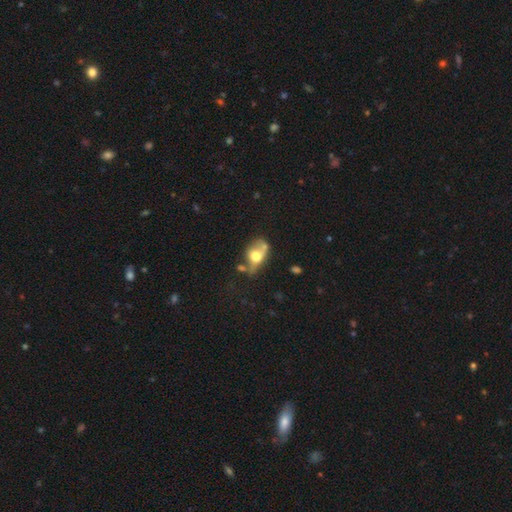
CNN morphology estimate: Smooth or featured?
  - smooth: 54% *
  - featured or disk: 36%
  - star or artifact: 10%
How rounded?
  - in between: 69% *
  - round: 26%
  - cigar-shaped: 4%
Merging?
  - none: 34% *
  - merger: 27%
  - minor disturbance: 21%
  - major disturbance: 19%